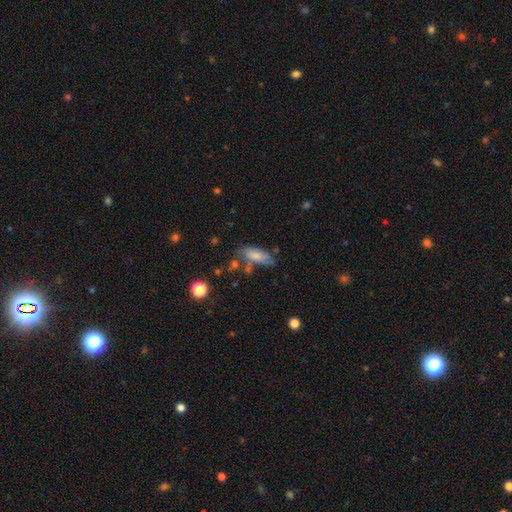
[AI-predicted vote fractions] Overall: smooth (76%). How rounded: in between (73%). Merging: none (53%; minor disturbance 24%).